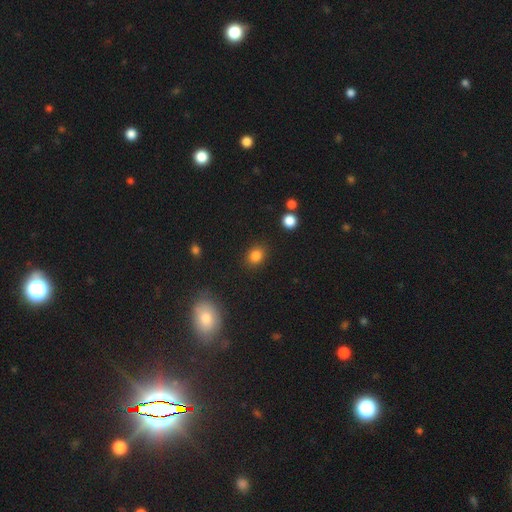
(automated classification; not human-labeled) This is clearly a smooth galaxy (83%). How rounded: likely round (64%). Merging: clearly none (87%).